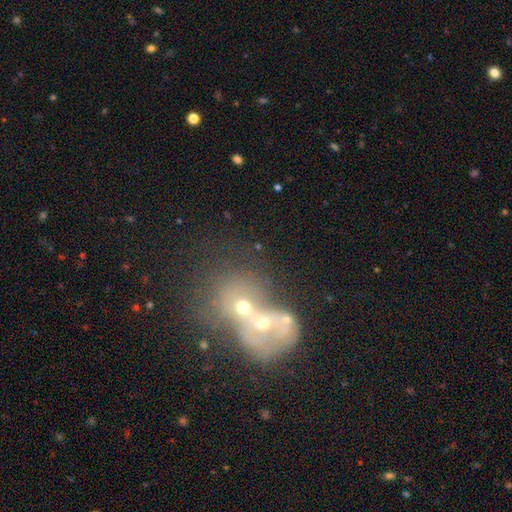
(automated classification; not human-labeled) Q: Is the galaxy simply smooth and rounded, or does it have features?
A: featured or disk — 44%.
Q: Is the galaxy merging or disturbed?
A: merger — 77%.